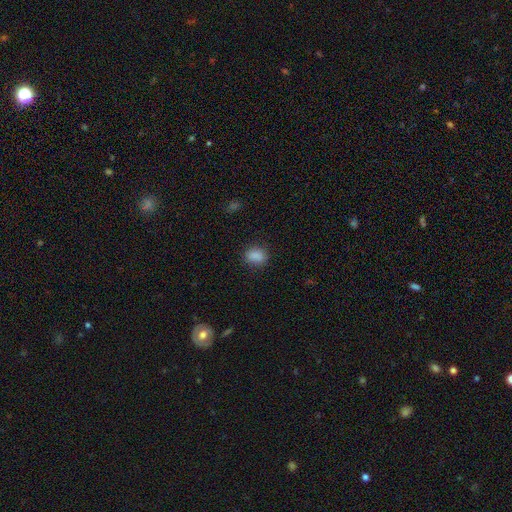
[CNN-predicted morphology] A smooth galaxy with no disk features (86%) that is in between round and cigar-shaped (63%).

Vote fractions:
- Smooth or featured? smooth: 86% / star or artifact: 10% / featured or disk: 4%
- How rounded? in between: 63% / round: 35% / cigar-shaped: 2%
- Merging? none: 79% / minor disturbance: 15% / major disturbance: 4% / merger: 2%